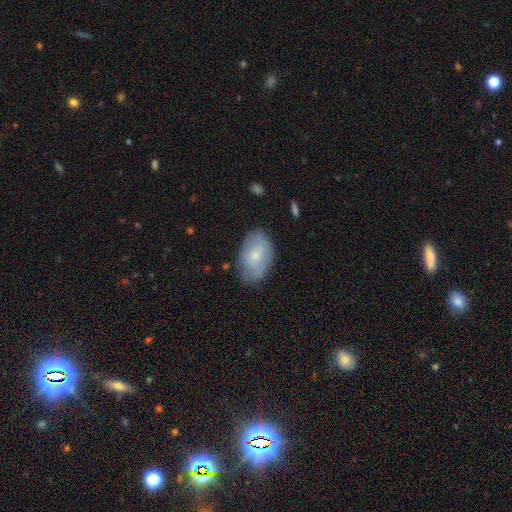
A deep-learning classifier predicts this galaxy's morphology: smooth 63%, featured or disk 30%, star or artifact 6%. Down the decision tree: how rounded — in between (90%); merging — none (73%).